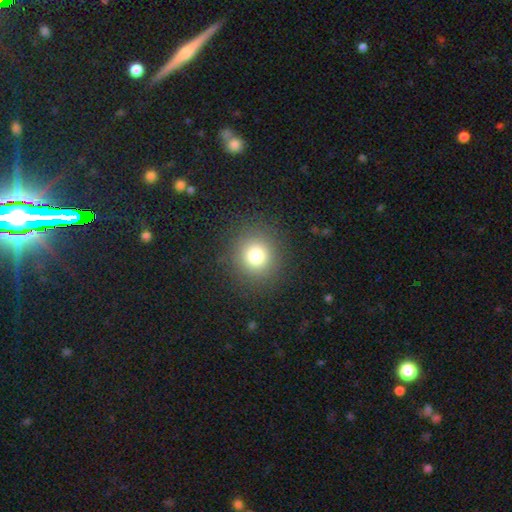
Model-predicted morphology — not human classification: Smooth or featured? smooth (77%)
How rounded? round (92%)
Merging? none (89%)